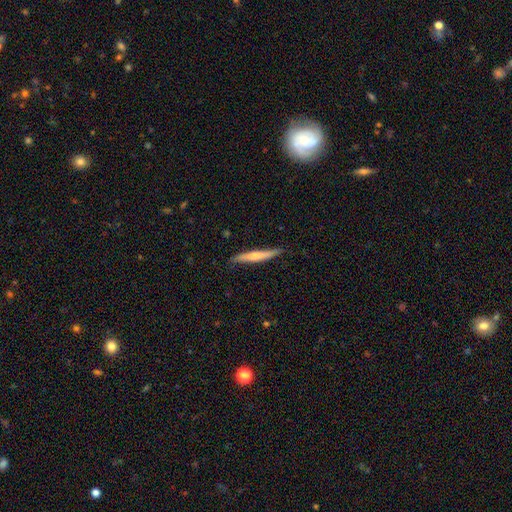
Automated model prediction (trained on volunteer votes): smooth_or_featured: smooth (p=0.57) [alt: featured or disk p=0.38]
how_rounded: cigar-shaped (p=0.95) [alt: in between p=0.04]
merging: none (p=0.84) [alt: minor disturbance p=0.13]